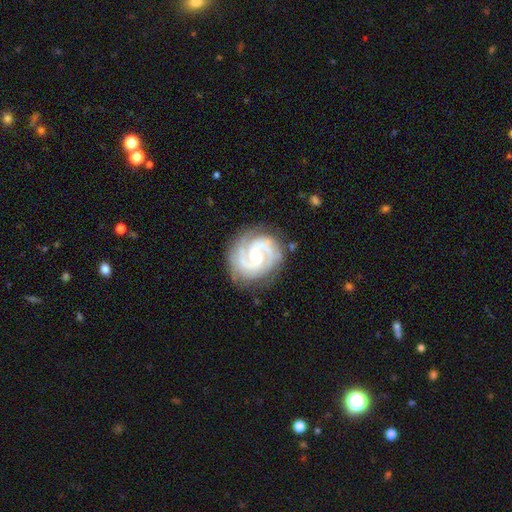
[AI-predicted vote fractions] A featured or disk galaxy (92%) with no bar (50%), 2 (79%) tight (59%) spiral arms (99%) and a small central bulge (57%). Merging: none (82%).